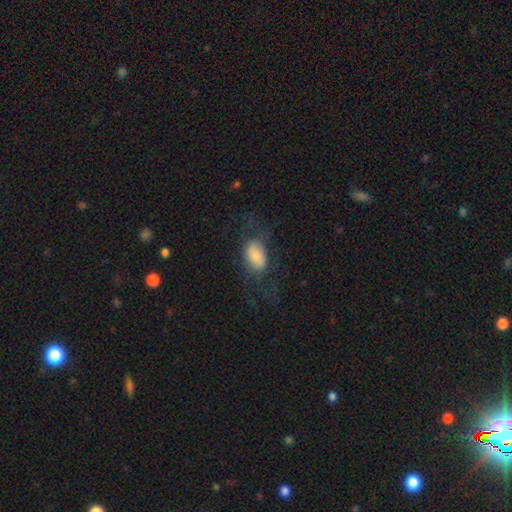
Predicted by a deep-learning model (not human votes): A smooth galaxy with no disk features (73%) that is in between round and cigar-shaped (91%).

Vote fractions:
- Smooth or featured? smooth: 73% / featured or disk: 19% / star or artifact: 8%
- How rounded? in between: 91% / round: 7% / cigar-shaped: 2%
- Merging? none: 50% / major disturbance: 28% / minor disturbance: 20% / merger: 2%